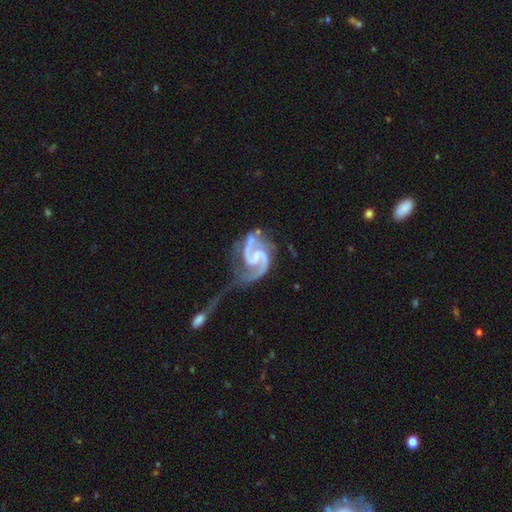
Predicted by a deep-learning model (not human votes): smooth-or-featured: featured or disk: 93% | star or artifact: 4% | smooth: 3%
  disk-edge-on: no: 99% | yes: 1%
    bar: weak: 45% | no: 37% | strong: 19%
    has-spiral-arms: yes: 98% | no: 2%
      spiral-winding: medium: 55% | tight: 24% | loose: 20%
      spiral-arm-count: 2: 92% | 3: 2% | 1: 2% | can't tell: 2% | 4: 1% | more than 4: 1%
    bulge-size: none: 49% | small: 34% | moderate: 13% | large: 2% | dominant: 1%
  merging: none: 35% | major disturbance: 28% | minor disturbance: 21% | merger: 16%